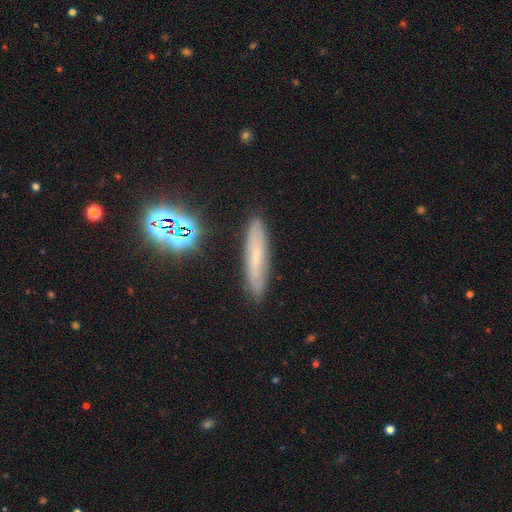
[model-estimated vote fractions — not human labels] This is possibly a smooth galaxy (51%). How rounded: clearly cigar-shaped (86%). Merging: clearly none (86%).